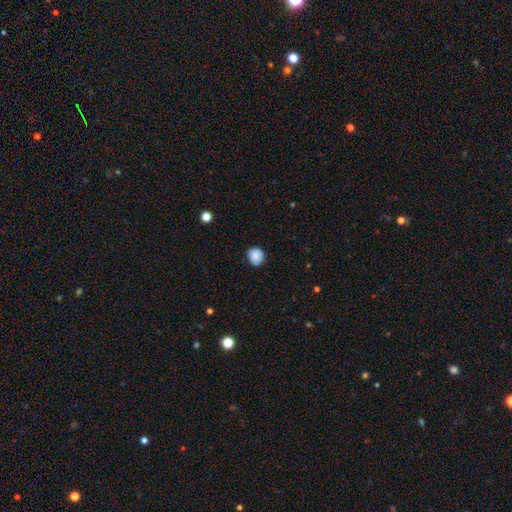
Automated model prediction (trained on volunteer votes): Q: Smooth or featured?
A: smooth (86%); runner-up: star or artifact (8%)
Q: How rounded?
A: round (81%); runner-up: in between (18%)
Q: Merging?
A: none (85%); runner-up: minor disturbance (11%)